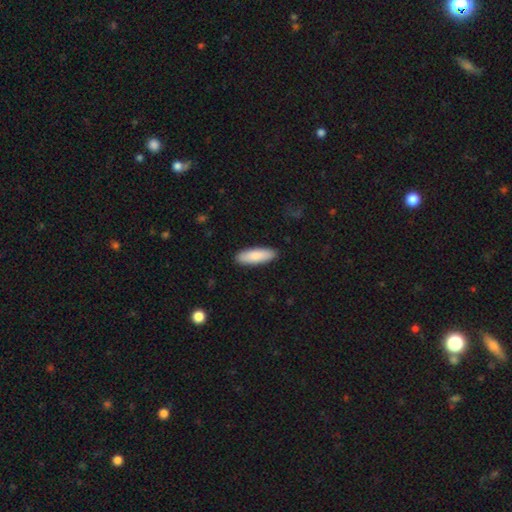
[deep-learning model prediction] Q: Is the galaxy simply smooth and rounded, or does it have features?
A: smooth — 87%.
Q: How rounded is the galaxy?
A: in between — 53%.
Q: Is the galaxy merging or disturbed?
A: none — 90%.